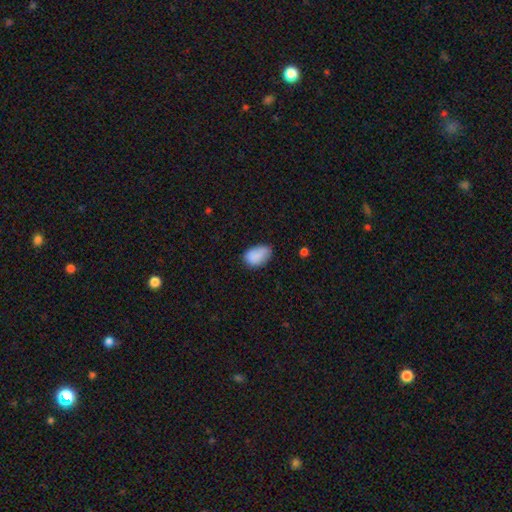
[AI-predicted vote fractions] This is clearly a smooth galaxy (85%). How rounded: clearly in between (88%). Merging: possibly none (59%).